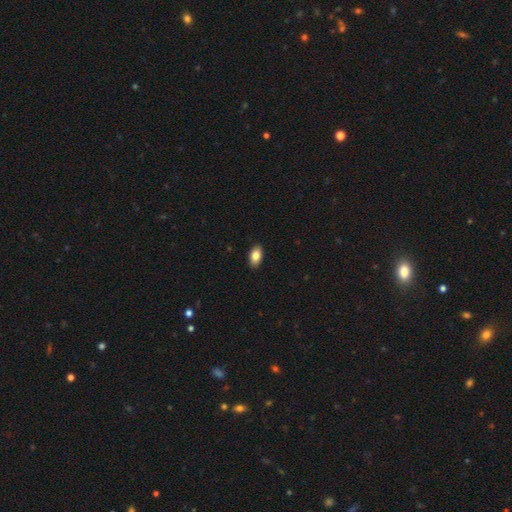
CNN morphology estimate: Smooth or featured?
  - smooth: 85% *
  - featured or disk: 8%
  - star or artifact: 7%
How rounded?
  - in between: 93% *
  - round: 6%
  - cigar-shaped: 2%
Merging?
  - none: 90% *
  - minor disturbance: 7%
  - major disturbance: 2%
  - merger: 1%